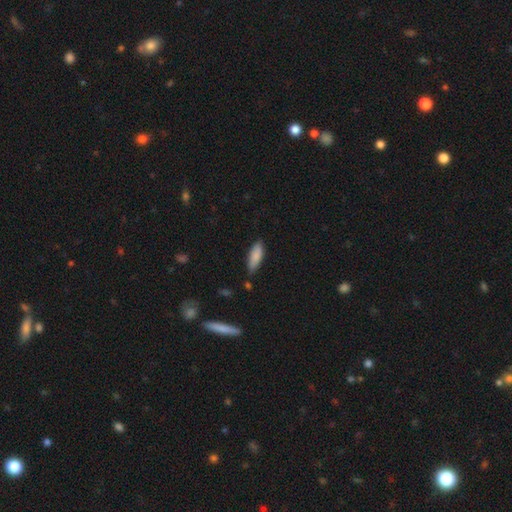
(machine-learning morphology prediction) This appears to be a smooth galaxy with no disk features (85%) that is in between round and cigar-shaped (63%). Merging: none (75%).